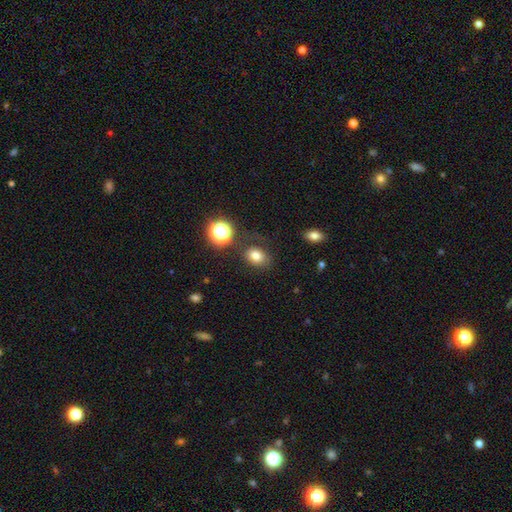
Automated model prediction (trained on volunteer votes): Overall: smooth (77%). How rounded: in between (59%; round 40%). Merging: none (73%).